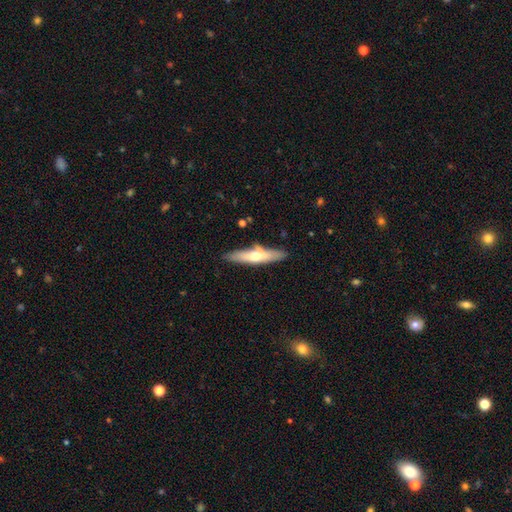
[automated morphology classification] type=smooth (49%); merging=none (79%).